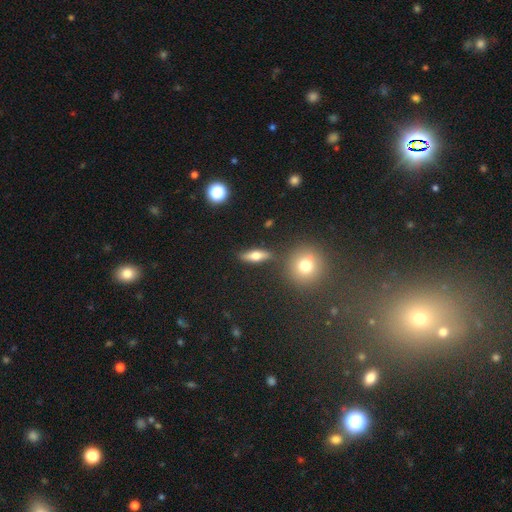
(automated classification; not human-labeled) This appears to be a smooth galaxy with no disk features (53%) that is in between round and cigar-shaped (48%). Merging: none (82%).